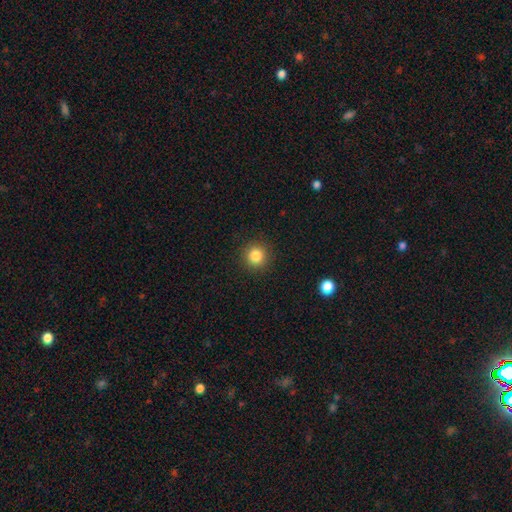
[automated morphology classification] A smooth galaxy with no disk features (84%) that is round (94%).

Vote fractions:
- Smooth or featured? smooth: 84% / star or artifact: 11% / featured or disk: 5%
- How rounded? round: 94% / in between: 5% / cigar-shaped: 1%
- Merging? none: 92% / minor disturbance: 5% / major disturbance: 2% / merger: 1%